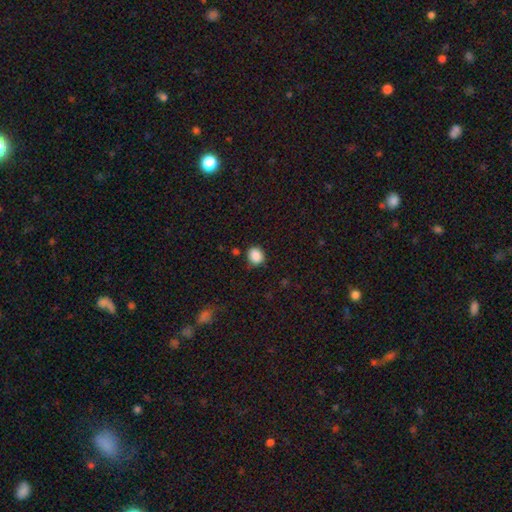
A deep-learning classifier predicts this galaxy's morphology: This is clearly a smooth galaxy (88%). How rounded: likely round (68%). Merging: clearly none (80%).